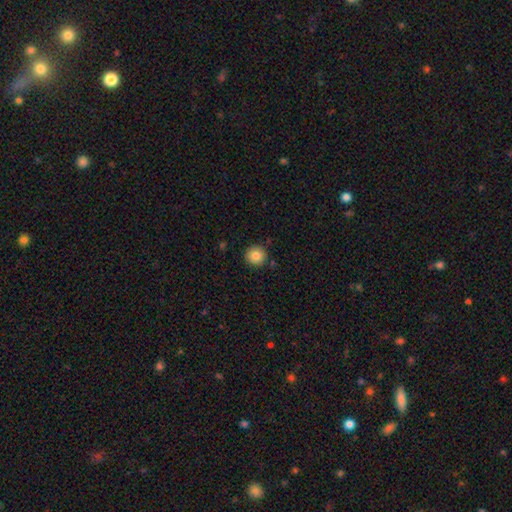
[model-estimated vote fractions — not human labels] Smooth or featured? Predicted: smooth (p=0.86). How rounded? Predicted: round (p=0.94). Merging? Predicted: none (p=0.89).